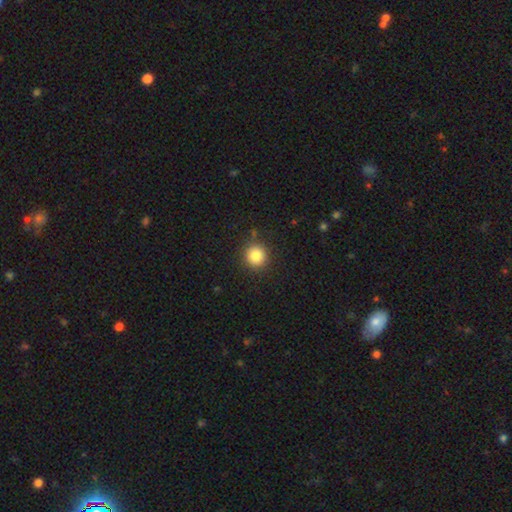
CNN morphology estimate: The model was most divided on "smooth or featured": smooth: 85%, star or artifact: 11%, featured or disk: 5%. More confident: how rounded — round (93%); merging — none (87%).